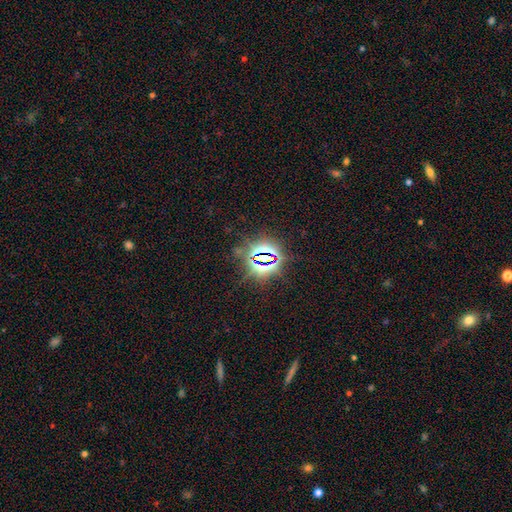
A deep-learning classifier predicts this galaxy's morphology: smooth_or_featured: star or artifact (p=0.81) [alt: smooth p=0.11]